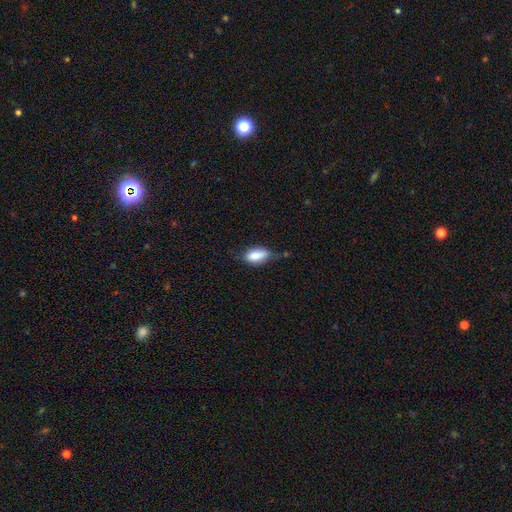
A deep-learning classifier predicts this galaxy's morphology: smooth_or_featured: smooth (p=0.76) [alt: featured or disk p=0.16]
how_rounded: in between (p=0.85) [alt: cigar-shaped p=0.10]
merging: none (p=0.51) [alt: minor disturbance p=0.35]